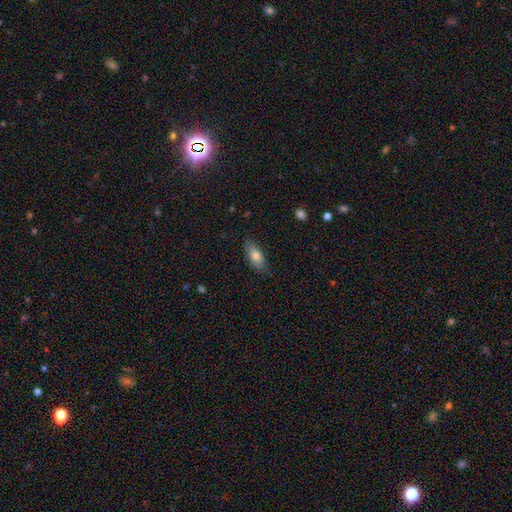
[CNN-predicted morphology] smooth 75%, featured or disk 18%, star or artifact 7%. Down the decision tree: how rounded — in between (84%); merging — none (80%).